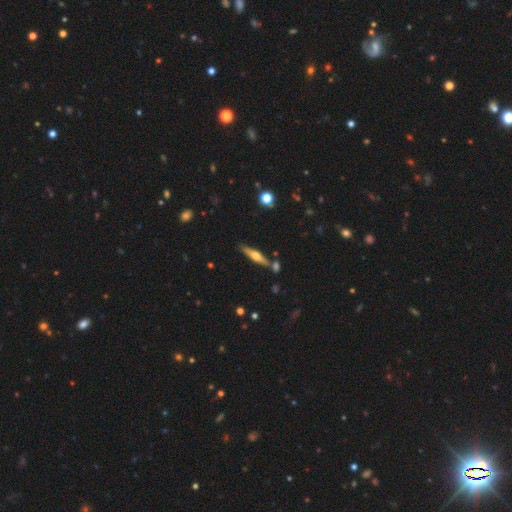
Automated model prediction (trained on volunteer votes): A featured or disk galaxy (60%) viewed edge-on (95%) with a rounded central bulge (88%). Merging: none (77%).